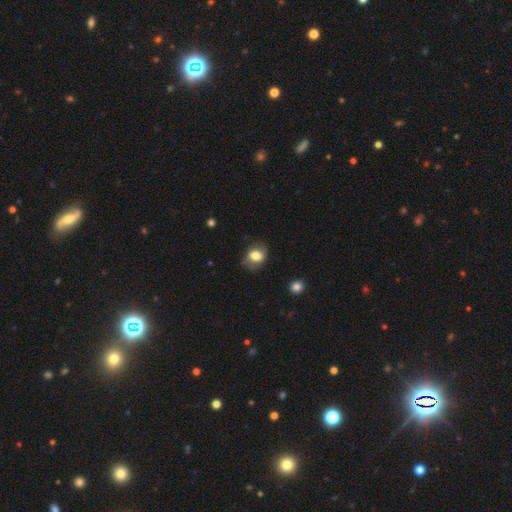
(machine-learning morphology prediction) Smooth or featured: smooth — 71% (featured or disk — 21%)
How rounded: in between — 53% (round — 46%)
Merging: none — 65% (minor disturbance — 24%)